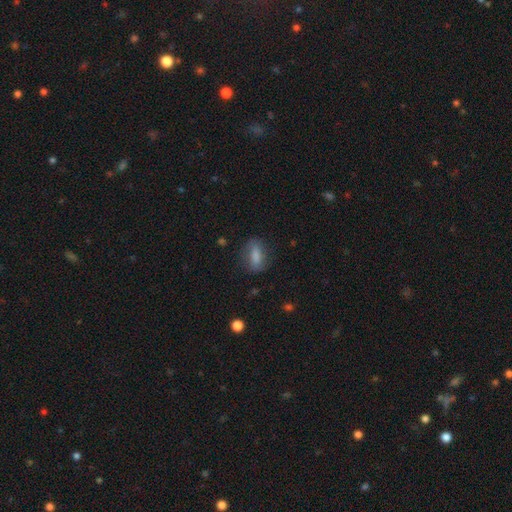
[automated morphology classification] smooth 78%, featured or disk 14%, star or artifact 8%. Down the decision tree: how rounded — in between (78%); merging — none (73%).